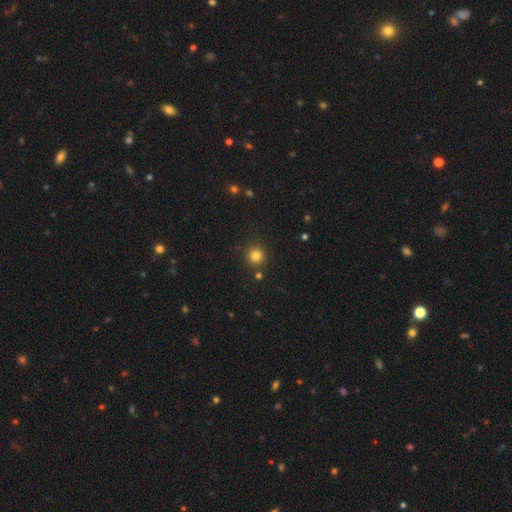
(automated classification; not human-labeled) Smooth or featured? Predicted: smooth (p=0.82). How rounded? Predicted: round (p=0.94). Merging? Predicted: none (p=0.87).